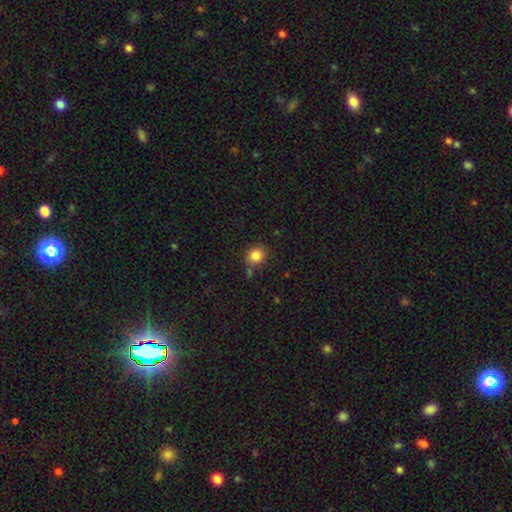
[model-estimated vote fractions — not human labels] smooth 84%, star or artifact 11%, featured or disk 5%. Down the decision tree: how rounded — round (79%); merging — none (75%).